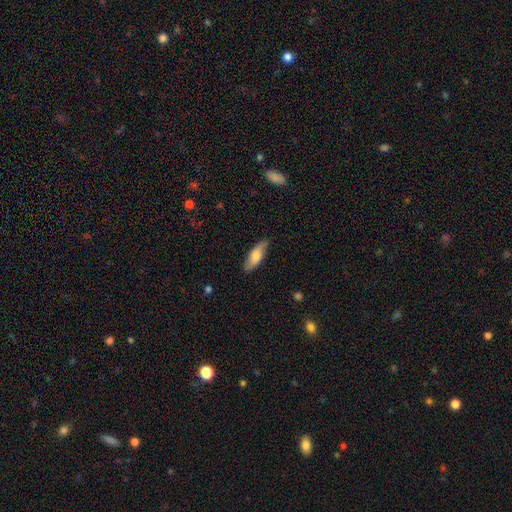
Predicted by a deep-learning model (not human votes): The model was most divided on "how rounded": in between: 63%, cigar-shaped: 35%, round: 2%. More confident: merging — none (83%); smooth or featured — smooth (70%).